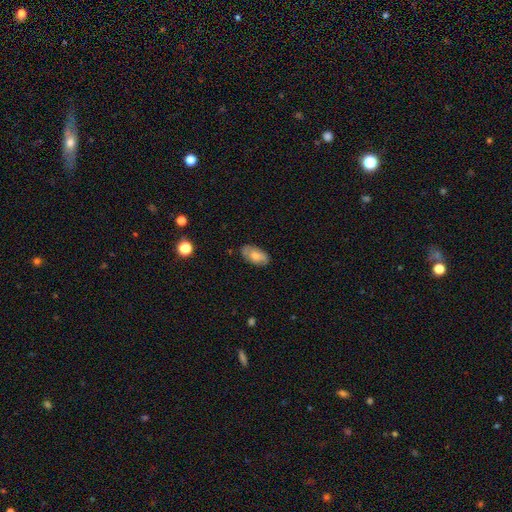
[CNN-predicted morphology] smooth 68%, featured or disk 25%, star or artifact 7%. Down the decision tree: how rounded — in between (92%); merging — none (79%).